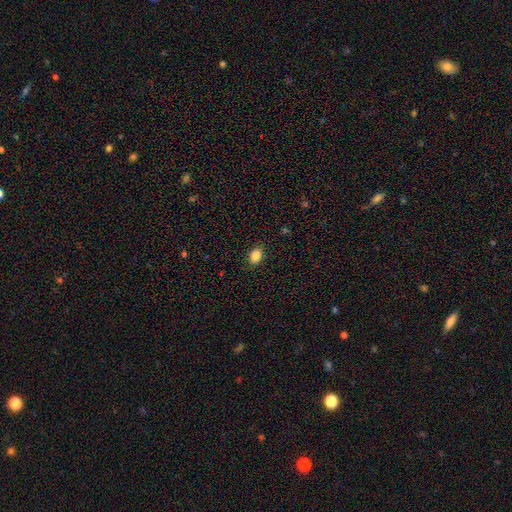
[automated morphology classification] smooth_or_featured: smooth (p=0.87) [alt: star or artifact p=0.09]
how_rounded: in between (p=0.77) [alt: round p=0.22]
merging: none (p=0.88) [alt: minor disturbance p=0.09]